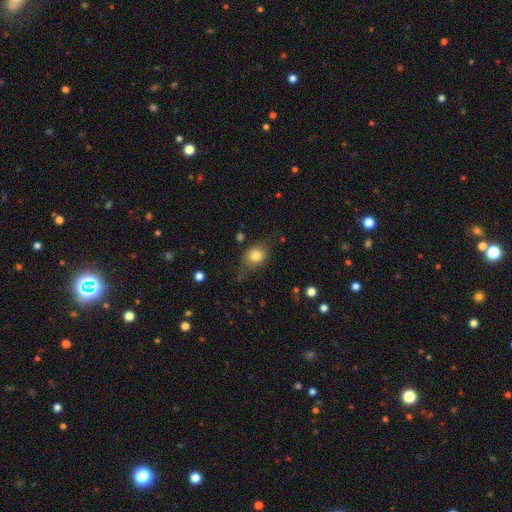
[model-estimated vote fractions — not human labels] Q: Smooth or featured?
A: smooth (76%); runner-up: featured or disk (15%)
Q: How rounded?
A: in between (53%); runner-up: round (45%)
Q: Merging?
A: none (57%); runner-up: minor disturbance (28%)